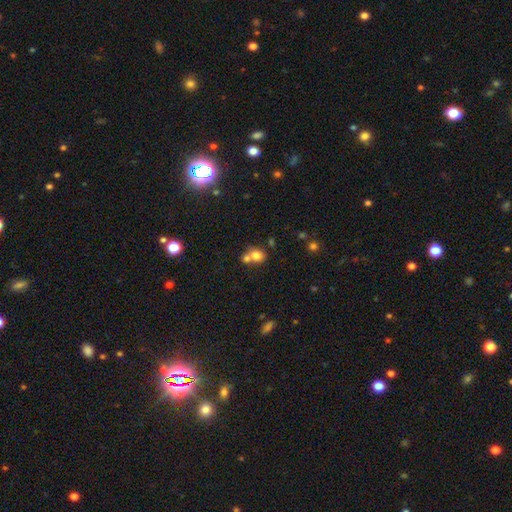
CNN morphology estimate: A smooth galaxy with no disk features (77%) that is round (61%). Merging: merger (51%).